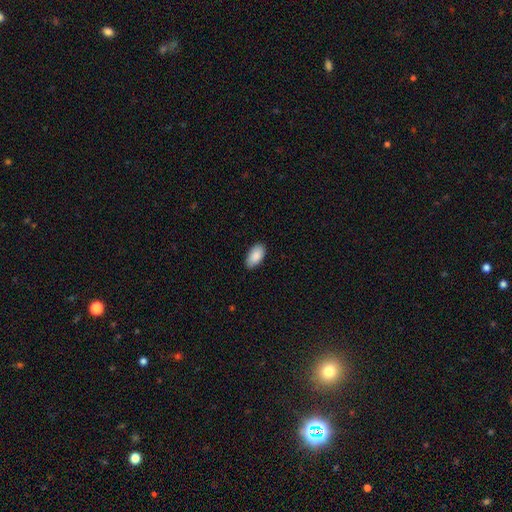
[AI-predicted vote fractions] This appears to be a smooth galaxy with no disk features (90%) that is in between round and cigar-shaped (95%). Merging: none (85%).